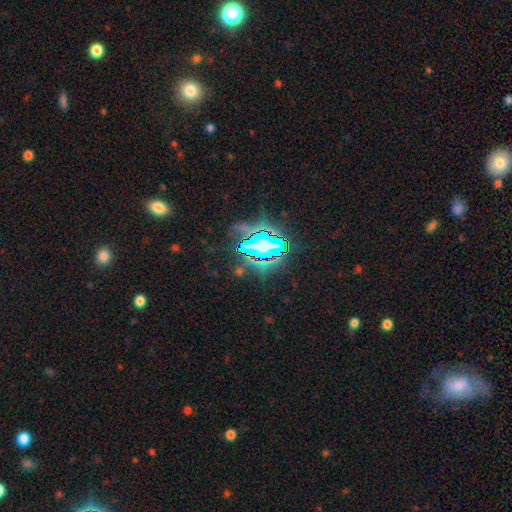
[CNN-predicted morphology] Overall: star or artifact (83%).